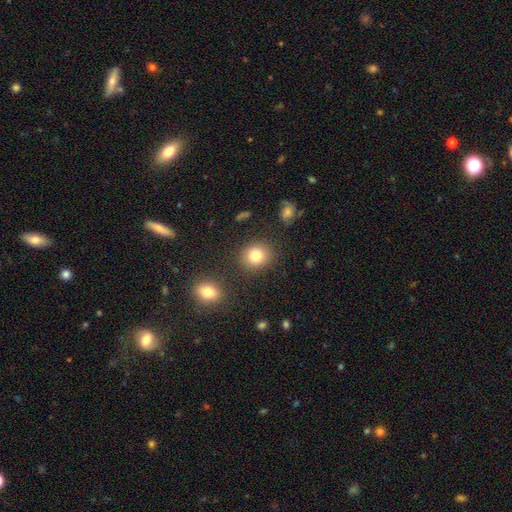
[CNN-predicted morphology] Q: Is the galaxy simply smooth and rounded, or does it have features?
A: smooth — 82%.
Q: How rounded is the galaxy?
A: round — 73%.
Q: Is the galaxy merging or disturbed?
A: none — 86%.